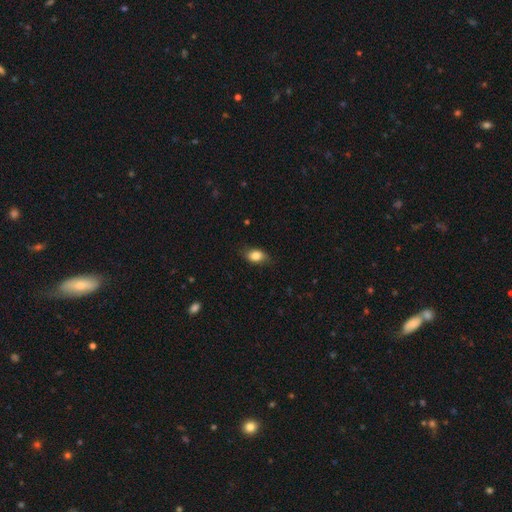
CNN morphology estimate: Smooth or featured? smooth (85%)
How rounded? in between (80%)
Merging? none (76%)